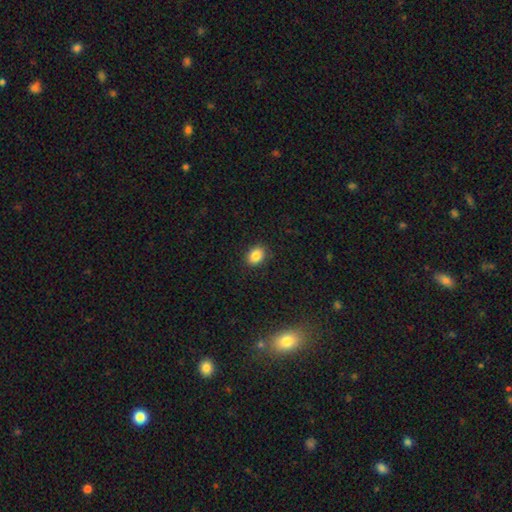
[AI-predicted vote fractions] This is clearly a smooth galaxy (85%). How rounded: likely in between (67%). Merging: clearly none (89%).